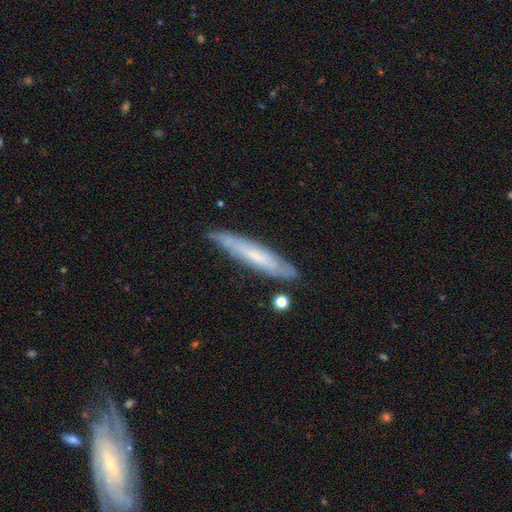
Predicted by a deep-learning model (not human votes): smooth 48%, featured or disk 46%, star or artifact 7%. Down the decision tree: merging — none (81%).